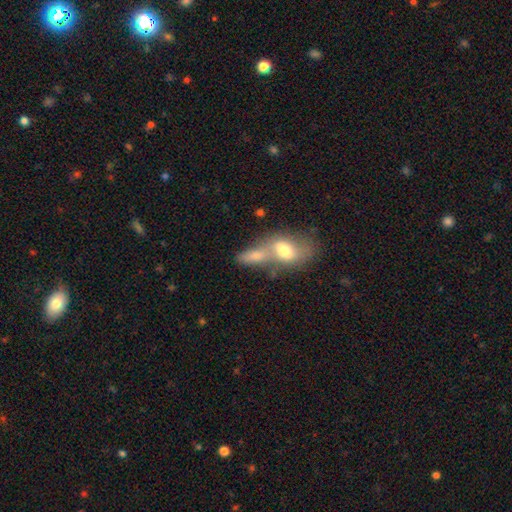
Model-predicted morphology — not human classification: smooth_or_featured: smooth (p=0.71) [alt: featured or disk p=0.20]
how_rounded: in between (p=0.73) [alt: cigar-shaped p=0.17]
merging: merger (p=0.62) [alt: none p=0.24]